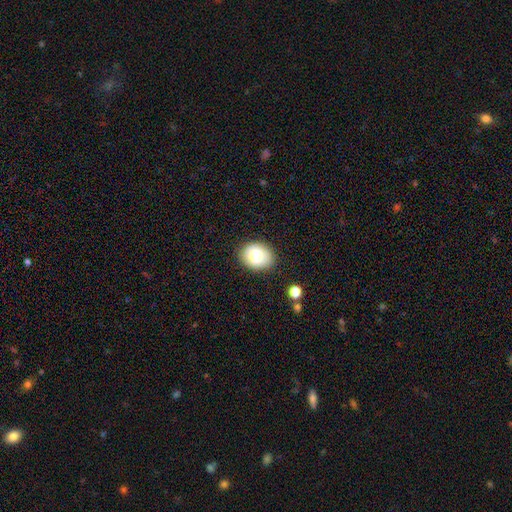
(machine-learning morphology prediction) Smooth or featured?
  - smooth: 72% *
  - featured or disk: 19%
  - star or artifact: 9%
How rounded?
  - in between: 51% *
  - round: 48%
  - cigar-shaped: 1%
Merging?
  - none: 85% *
  - minor disturbance: 11%
  - major disturbance: 3%
  - merger: 1%